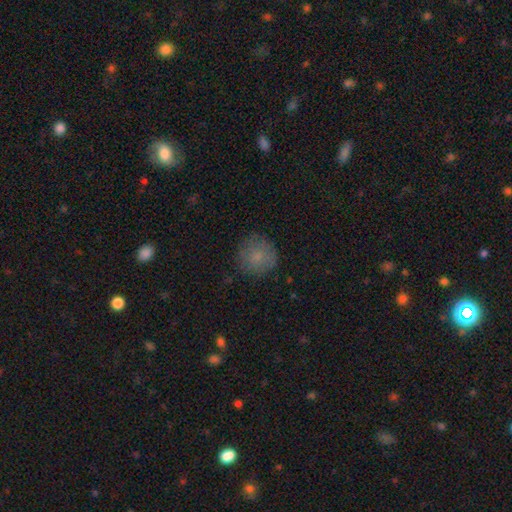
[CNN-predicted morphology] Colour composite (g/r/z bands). It shows a smooth galaxy with no disk features (79%) that is round (93%). Merging: none (83%).